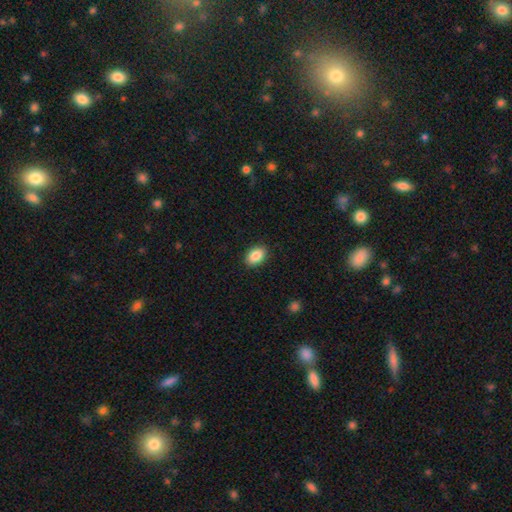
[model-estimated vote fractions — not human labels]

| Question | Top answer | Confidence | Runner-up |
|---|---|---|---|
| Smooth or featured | smooth | 87% | star or artifact (8%) |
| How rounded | in between | 85% | round (14%) |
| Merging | none | 90% | minor disturbance (7%) |